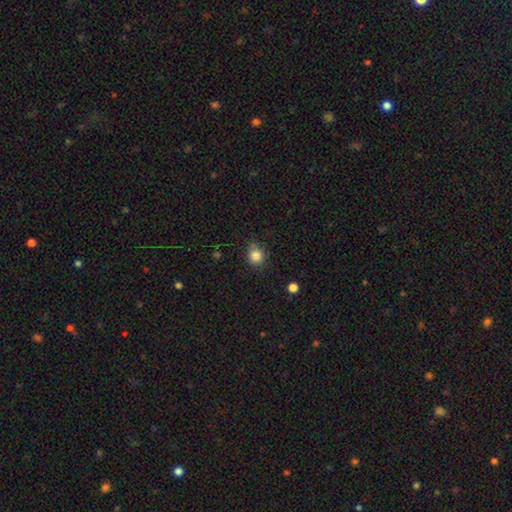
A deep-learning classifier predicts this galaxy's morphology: Smooth or featured?
  - smooth: 84% *
  - star or artifact: 11%
  - featured or disk: 5%
How rounded?
  - round: 83% *
  - in between: 16%
  - cigar-shaped: 1%
Merging?
  - none: 75% *
  - minor disturbance: 18%
  - major disturbance: 4%
  - merger: 3%